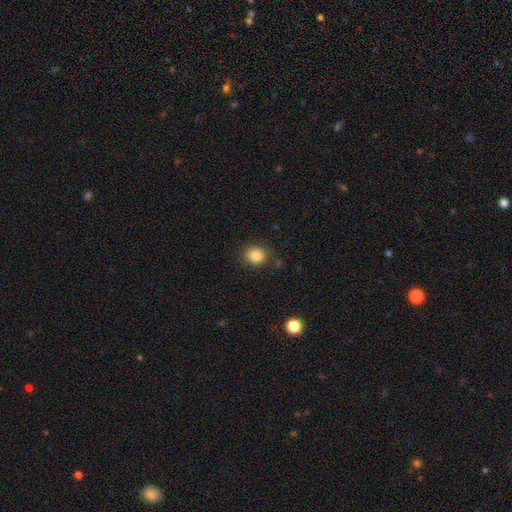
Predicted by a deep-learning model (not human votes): Morphology: type=smooth (85%); roundness=round (69%); merging=none (84%).